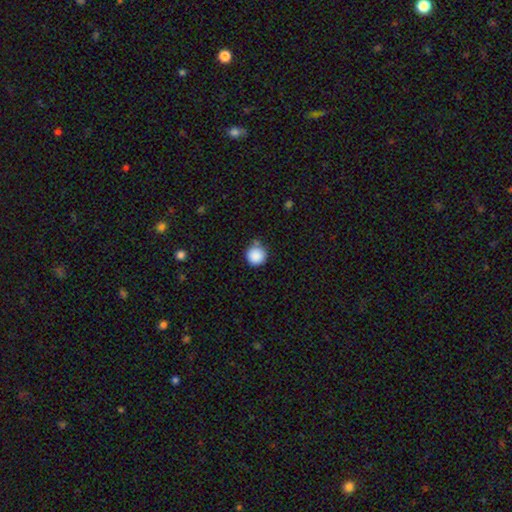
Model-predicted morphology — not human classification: Overall: smooth (88%). How rounded: round (95%). Merging: none (74%).